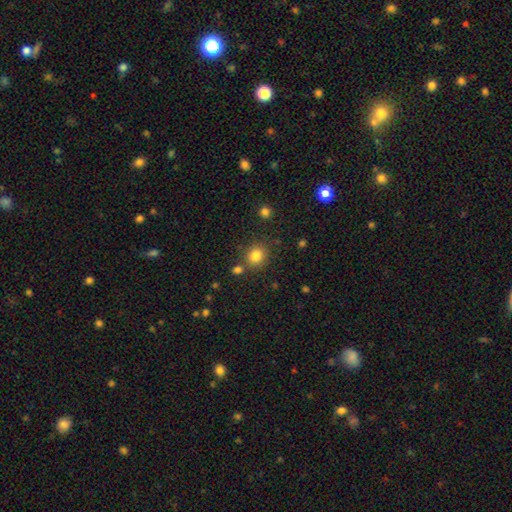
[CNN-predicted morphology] Overall: smooth (83%). How rounded: round (79%). Merging: none (76%).